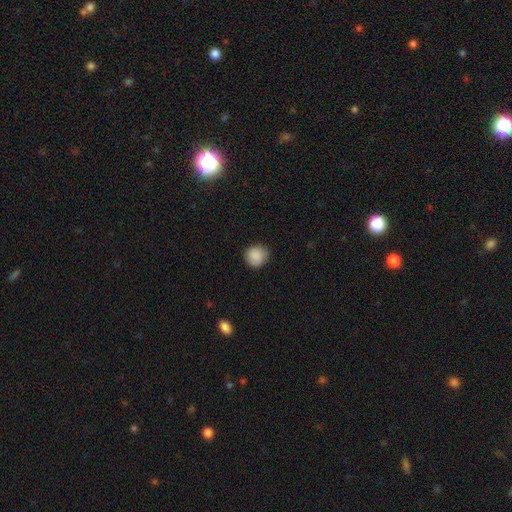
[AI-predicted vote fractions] The model was most divided on "merging": none: 86%, minor disturbance: 11%, major disturbance: 2%, merger: 1%. More confident: how rounded — round (91%); smooth or featured — smooth (88%).